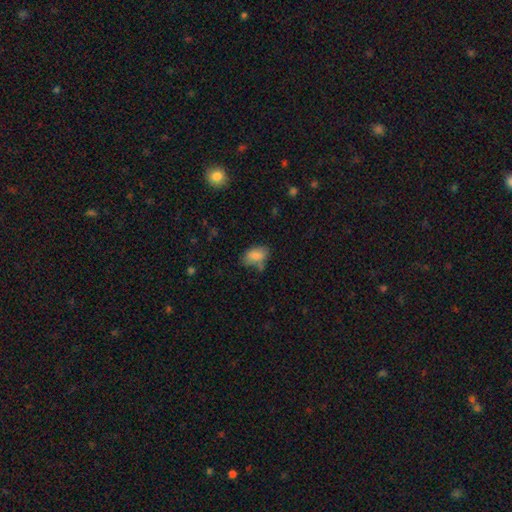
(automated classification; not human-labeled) Smooth or featured? smooth (84%)
How rounded? in between (89%)
Merging? none (63%)